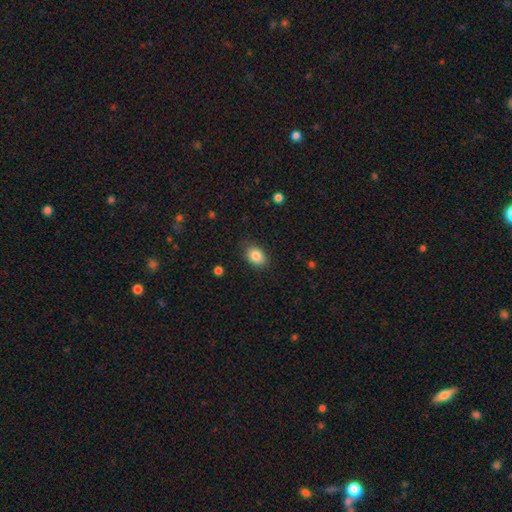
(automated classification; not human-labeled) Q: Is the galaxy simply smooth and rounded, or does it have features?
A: smooth — 85%.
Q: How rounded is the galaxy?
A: in between — 79%.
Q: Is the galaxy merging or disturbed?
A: none — 84%.